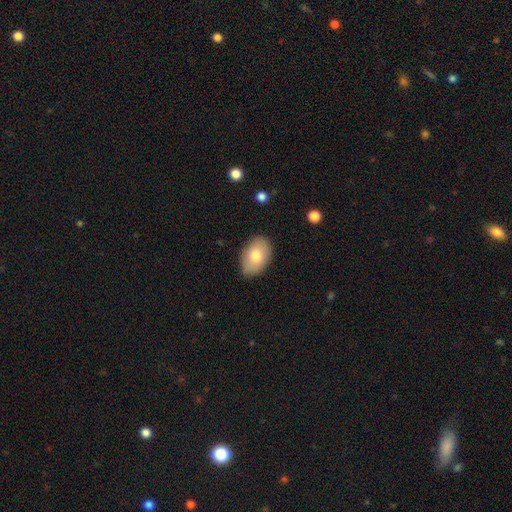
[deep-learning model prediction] Smooth or featured?
  - smooth: 77% *
  - featured or disk: 16%
  - star or artifact: 7%
How rounded?
  - in between: 89% *
  - round: 10%
  - cigar-shaped: 1%
Merging?
  - none: 83% *
  - minor disturbance: 13%
  - major disturbance: 2%
  - merger: 1%